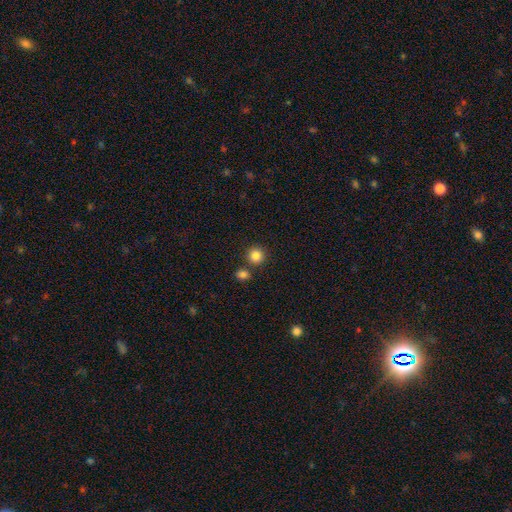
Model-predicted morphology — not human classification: Overall: smooth (84%). How rounded: round (93%). Merging: none (80%).